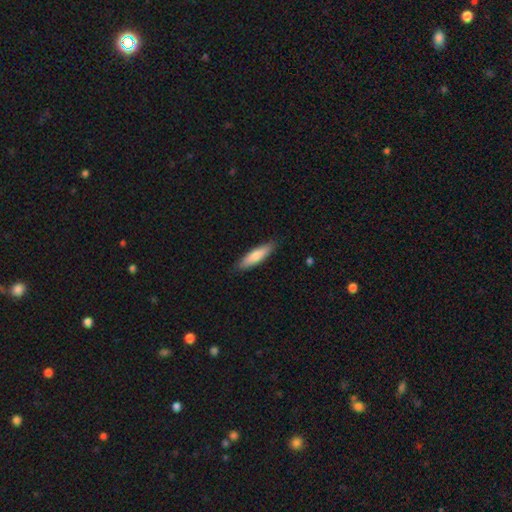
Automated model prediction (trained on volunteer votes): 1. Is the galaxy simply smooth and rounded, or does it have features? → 77% smooth, 17% featured or disk, 5% star or artifact.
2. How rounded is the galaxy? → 65% cigar-shaped, 33% in between, 1% round.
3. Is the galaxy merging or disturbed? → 86% none, 11% minor disturbance, 2% major disturbance, 1% merger.